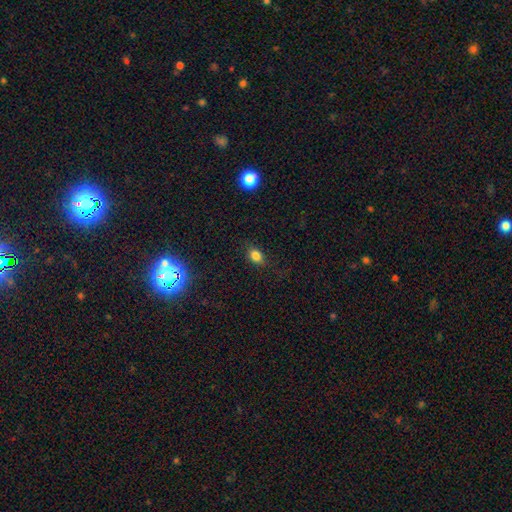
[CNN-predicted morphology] smooth 82%, star or artifact 12%, featured or disk 6%. Down the decision tree: how rounded — in between (68%); merging — none (80%).